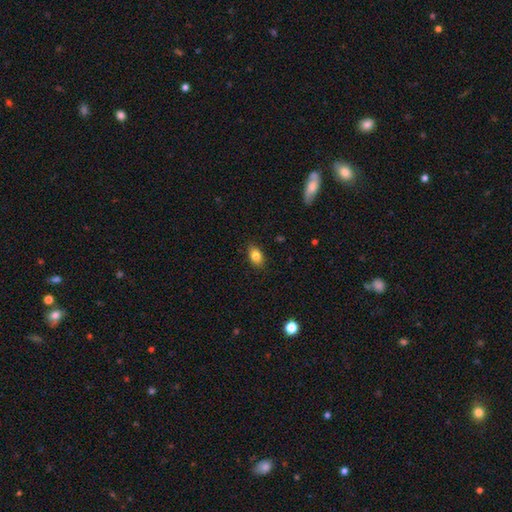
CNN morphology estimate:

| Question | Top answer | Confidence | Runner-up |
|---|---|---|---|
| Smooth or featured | smooth | 83% | star or artifact (9%) |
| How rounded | in between | 82% | round (16%) |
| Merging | none | 86% | minor disturbance (11%) |